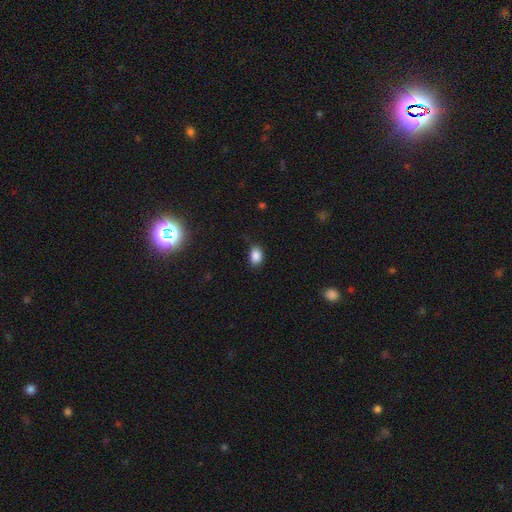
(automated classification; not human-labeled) This is clearly a smooth galaxy (86%). How rounded: likely in between (79%). Merging: likely none (77%).